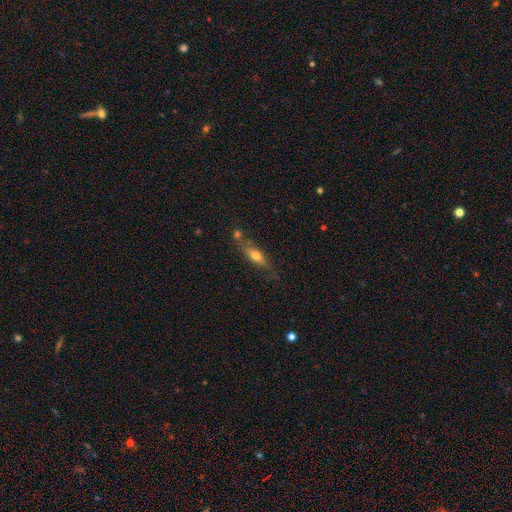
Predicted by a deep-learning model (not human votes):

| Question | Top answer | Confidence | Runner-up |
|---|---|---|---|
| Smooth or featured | smooth | 61% | featured or disk (30%) |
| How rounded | in between | 48% | tied: cigar-shaped (48%) |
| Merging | none | 60% | minor disturbance (19%) |